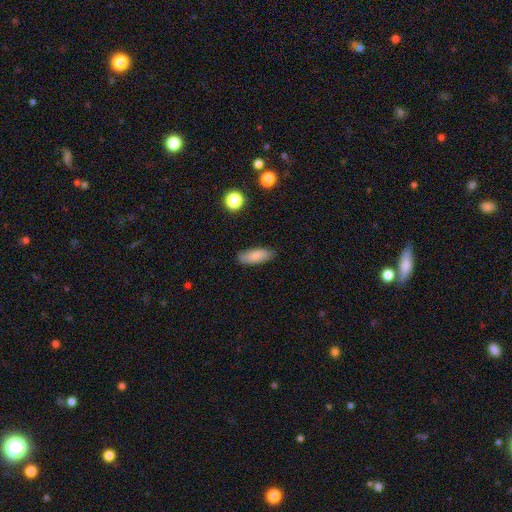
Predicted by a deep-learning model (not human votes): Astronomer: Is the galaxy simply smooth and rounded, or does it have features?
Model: smooth — 82%.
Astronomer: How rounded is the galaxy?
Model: in between — 73%.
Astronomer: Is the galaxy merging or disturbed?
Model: none — 82%.